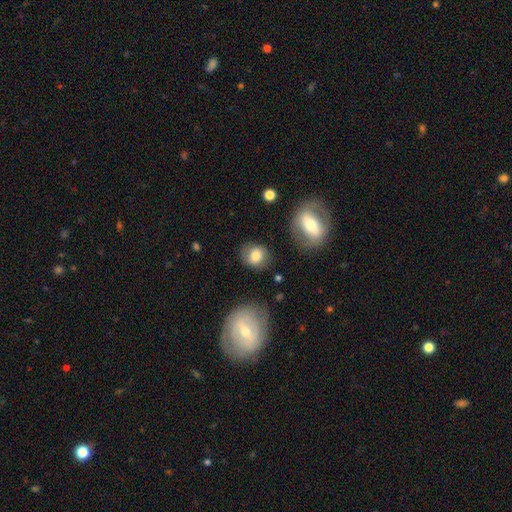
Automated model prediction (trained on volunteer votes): This appears to be a smooth galaxy with no disk features (78%) that is round (69%). Merging: none (80%).